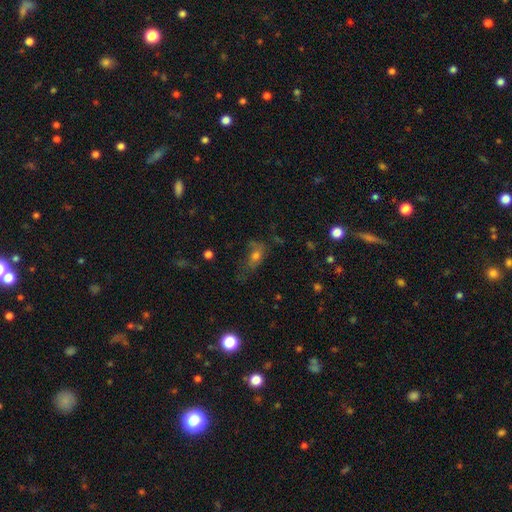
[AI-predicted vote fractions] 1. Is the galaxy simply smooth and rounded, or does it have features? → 52% smooth, 28% featured or disk, 20% star or artifact.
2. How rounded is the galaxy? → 73% in between, 18% round, 8% cigar-shaped.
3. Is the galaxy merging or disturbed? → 43% none, 28% major disturbance, 26% minor disturbance, 4% merger.